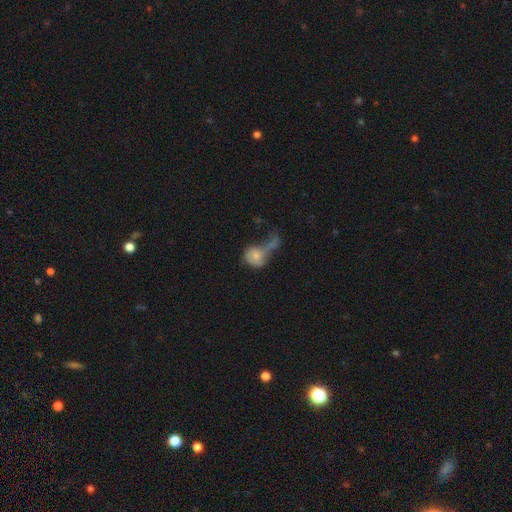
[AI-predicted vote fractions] This appears to be a smooth galaxy with no disk features (64%) that is round (54%). Merging: merger (44%).